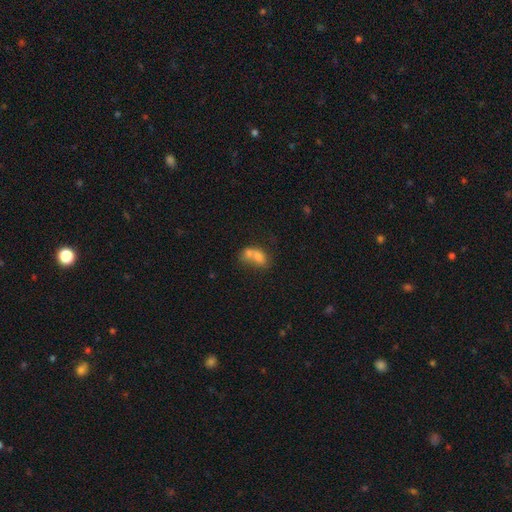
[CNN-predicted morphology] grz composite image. It shows a smooth galaxy with no disk features (69%) that is in between round and cigar-shaped (74%). Merging: merger (68%).